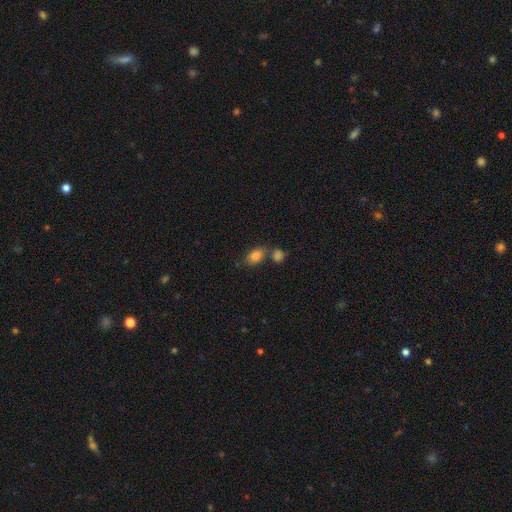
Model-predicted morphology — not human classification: A smooth galaxy with no disk features (83%) that is in between round and cigar-shaped (82%). Merging: none (57%).